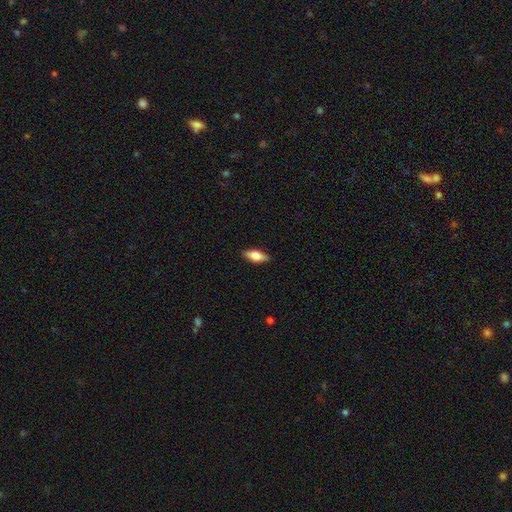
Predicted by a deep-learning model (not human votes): A smooth galaxy with no disk features (67%) that is in between round and cigar-shaped (72%).

Vote fractions:
- Smooth or featured? smooth: 67% / featured or disk: 26% / star or artifact: 7%
- How rounded? in between: 72% / cigar-shaped: 25% / round: 3%
- Merging? none: 87% / minor disturbance: 10% / major disturbance: 2% / merger: 1%